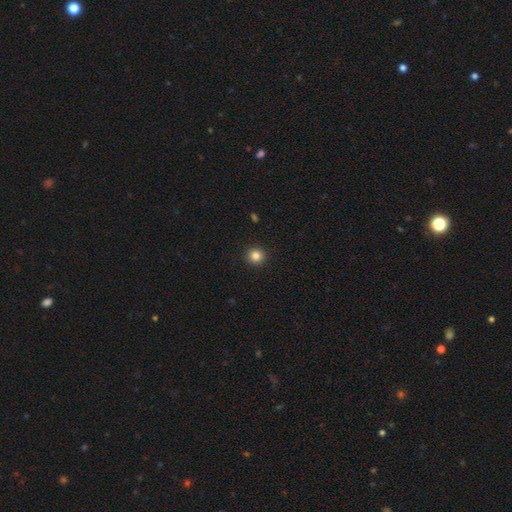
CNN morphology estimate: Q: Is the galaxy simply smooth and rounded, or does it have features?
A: smooth — 84%.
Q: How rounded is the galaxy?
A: round — 95%.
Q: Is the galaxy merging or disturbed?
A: none — 93%.